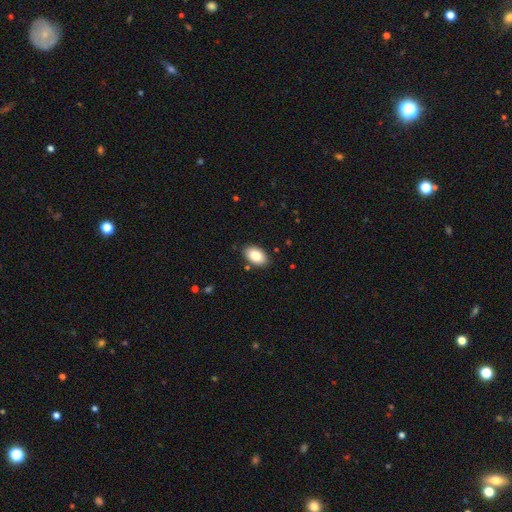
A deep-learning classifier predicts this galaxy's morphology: Q: Smooth or featured?
A: smooth (83%); runner-up: featured or disk (9%)
Q: How rounded?
A: in between (92%); runner-up: round (6%)
Q: Merging?
A: none (87%); runner-up: minor disturbance (9%)